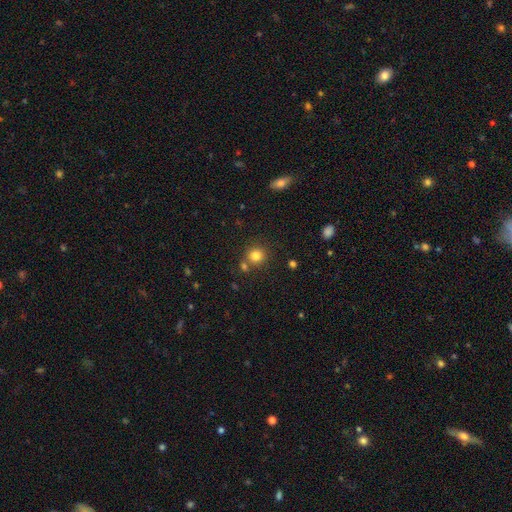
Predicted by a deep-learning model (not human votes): Smooth or featured?
  - smooth: 81% *
  - star or artifact: 13%
  - featured or disk: 6%
How rounded?
  - round: 90% *
  - in between: 10%
  - cigar-shaped: 1%
Merging?
  - none: 73% *
  - merger: 16%
  - minor disturbance: 9%
  - major disturbance: 3%